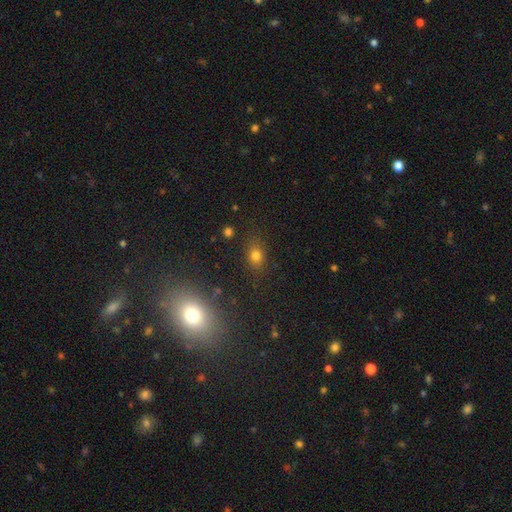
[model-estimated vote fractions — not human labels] Smooth or featured? Predicted: smooth (p=0.74). How rounded? Predicted: in between (p=0.58). Merging? Predicted: none (p=0.83).